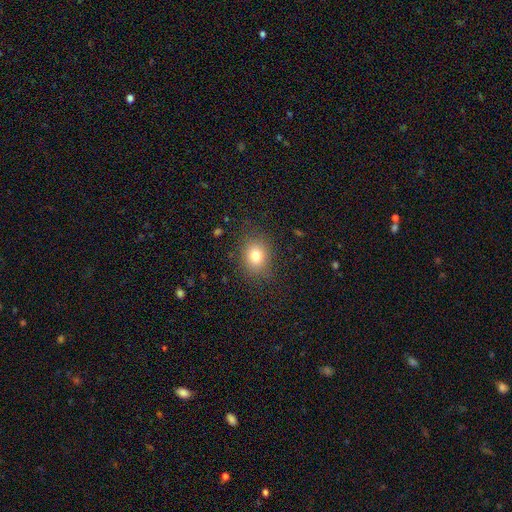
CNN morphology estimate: Smooth or featured? Predicted: smooth (p=0.78). How rounded? Predicted: round (p=0.57). Merging? Predicted: none (p=0.83).